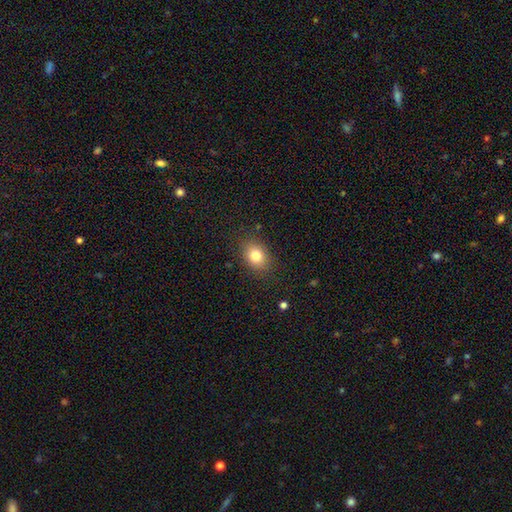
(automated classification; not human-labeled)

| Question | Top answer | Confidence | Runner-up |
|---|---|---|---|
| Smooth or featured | smooth | 81% | star or artifact (10%) |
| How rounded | in between | 64% | round (35%) |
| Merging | none | 85% | minor disturbance (11%) |